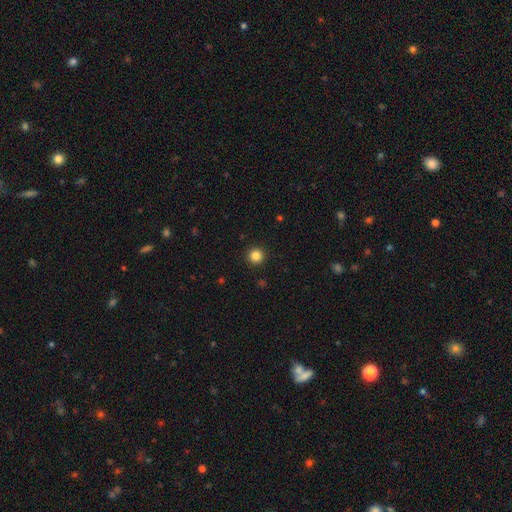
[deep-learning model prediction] smooth 85%, star or artifact 12%, featured or disk 4%. Down the decision tree: how rounded — round (96%); merging — none (93%).